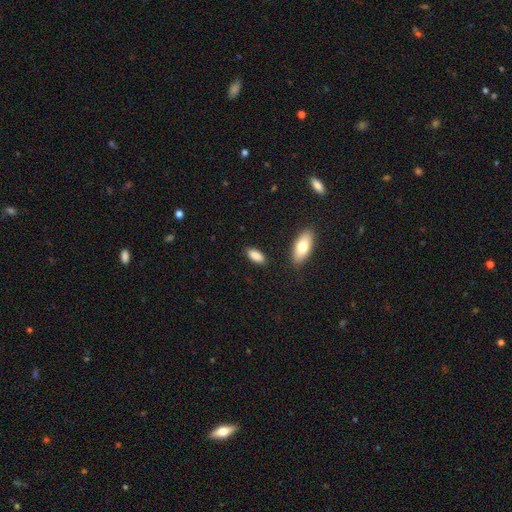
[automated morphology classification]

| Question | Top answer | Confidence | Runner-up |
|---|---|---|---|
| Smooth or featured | smooth | 87% | star or artifact (6%) |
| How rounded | in between | 83% | cigar-shaped (14%) |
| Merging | none | 85% | minor disturbance (10%) |